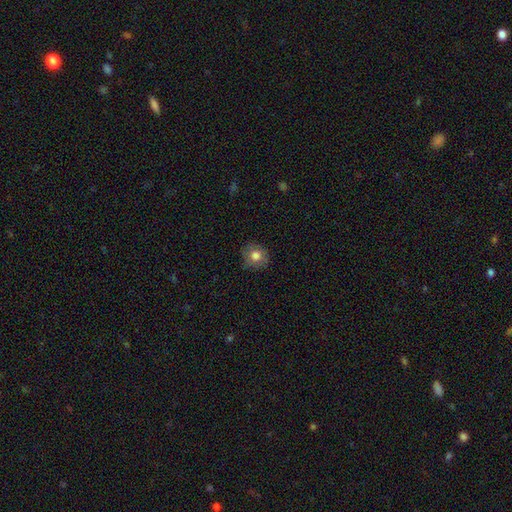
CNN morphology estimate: A smooth galaxy with no disk features (79%) that is round (84%).

Vote fractions:
- Smooth or featured? smooth: 79% / featured or disk: 11% / star or artifact: 10%
- How rounded? round: 84% / in between: 15% / cigar-shaped: 1%
- Merging? none: 81% / minor disturbance: 15% / major disturbance: 3% / merger: 1%